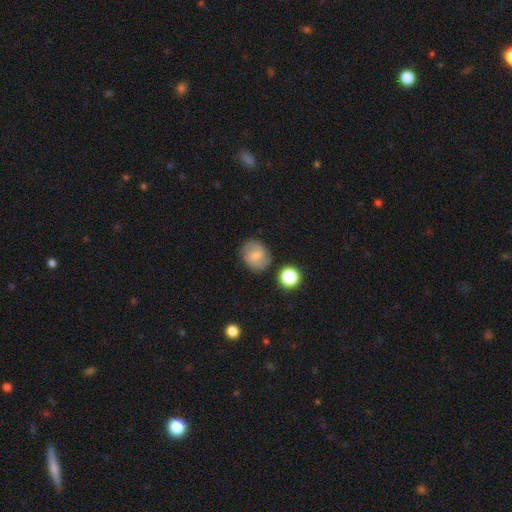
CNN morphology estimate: This appears to be a smooth galaxy with no disk features (55%) that is round (72%). Merging: none (79%).